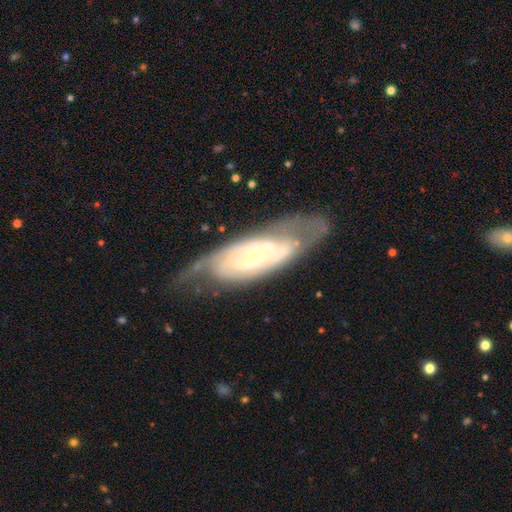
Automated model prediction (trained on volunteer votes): Morphology: type=featured or disk (79%); edge-on=no (85%); bar=weak (40%); spiral arms=yes (79%); winding=tight (51%); arm count=2 (48%); bulge=small (65%); merging=none (59%).